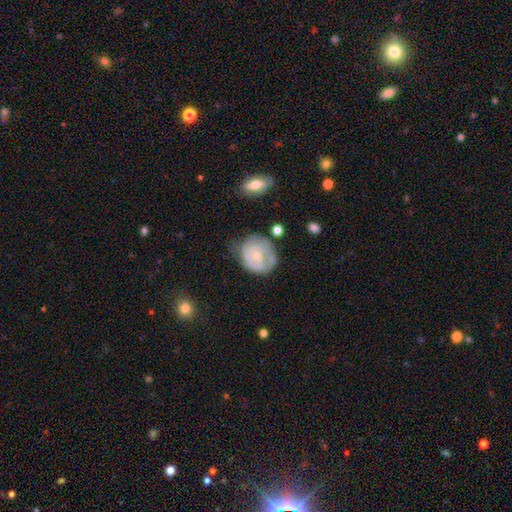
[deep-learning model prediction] Smooth or featured: featured or disk — 64% (smooth — 30%)
Edge-on disk: no — 97% (yes — 3%)
Bar: no — 72% (weak — 24%)
Spiral arms: yes — 75% (no — 25%)
Bulge size: small — 65% (moderate — 26%)
Merging: none — 53% (minor disturbance — 29%)